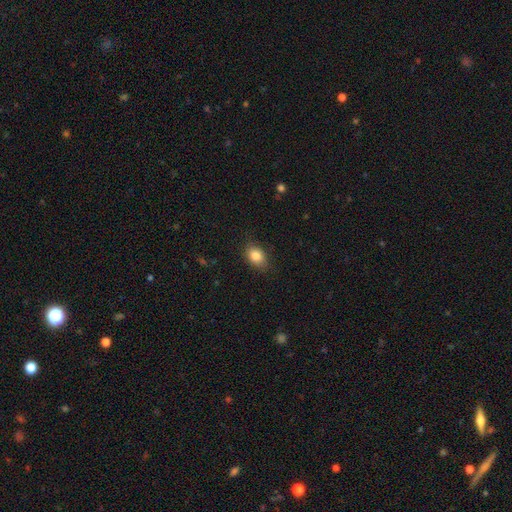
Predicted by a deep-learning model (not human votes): This is clearly a smooth galaxy (85%). How rounded: likely in between (77%). Merging: clearly none (81%).